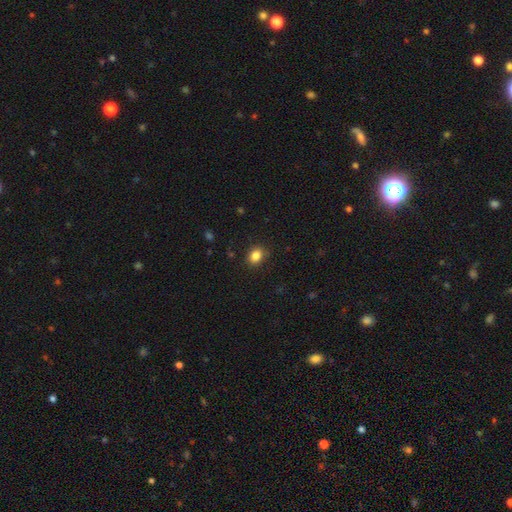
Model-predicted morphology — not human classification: This appears to be a smooth galaxy with no disk features (85%) that is in between round and cigar-shaped (58%). Merging: none (86%).